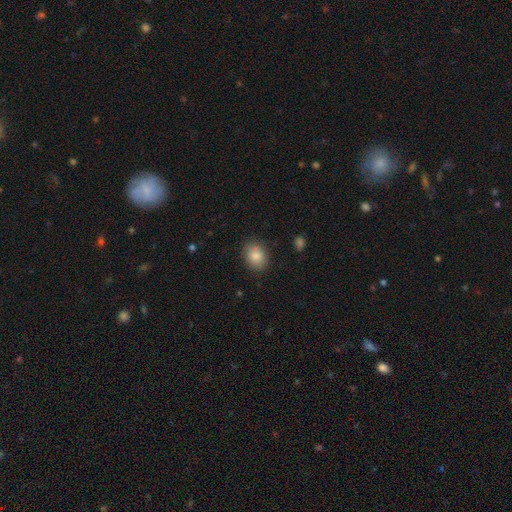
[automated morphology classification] This is clearly a smooth galaxy (84%). How rounded: possibly in between (52%). Merging: clearly none (84%).